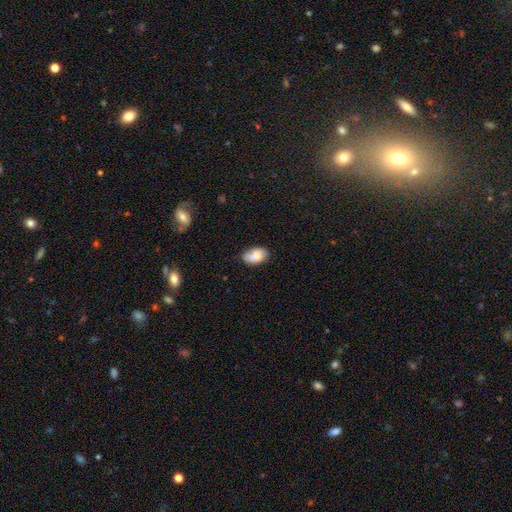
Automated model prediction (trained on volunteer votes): A smooth galaxy with no disk features (75%) that is in between round and cigar-shaped (90%).

Vote fractions:
- Smooth or featured? smooth: 75% / featured or disk: 17% / star or artifact: 8%
- How rounded? in between: 90% / round: 8% / cigar-shaped: 2%
- Merging? none: 70% / minor disturbance: 23% / major disturbance: 4% / merger: 2%